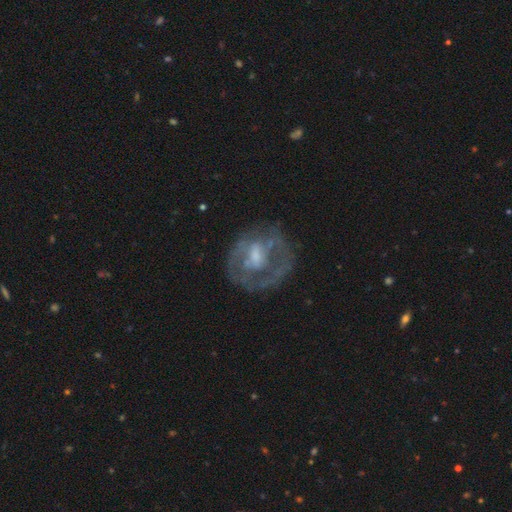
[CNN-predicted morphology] This appears to be a featured or disk galaxy (70%) with no bar (46%), no spiral arms (52%) and a moderate central bulge (41%). Merging: none (57%).